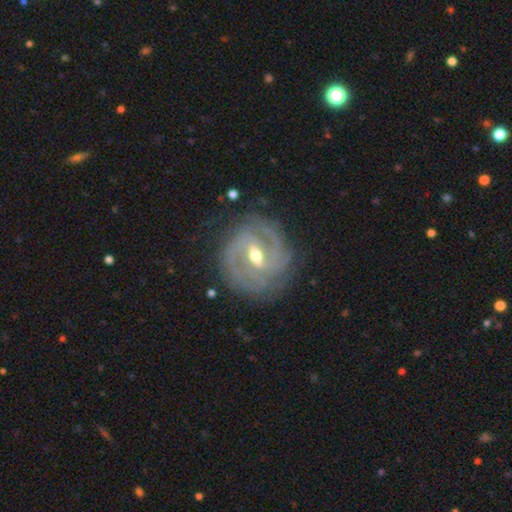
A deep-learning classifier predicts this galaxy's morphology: Smooth or featured? featured or disk (88%)
Edge-on disk? no (96%)
Bar? weak (49%)
Spiral arms? yes (95%)
Spiral winding? tight (64%)
Spiral arm count? 2 (37%)
Bulge size? moderate (66%)
Merging? none (78%)